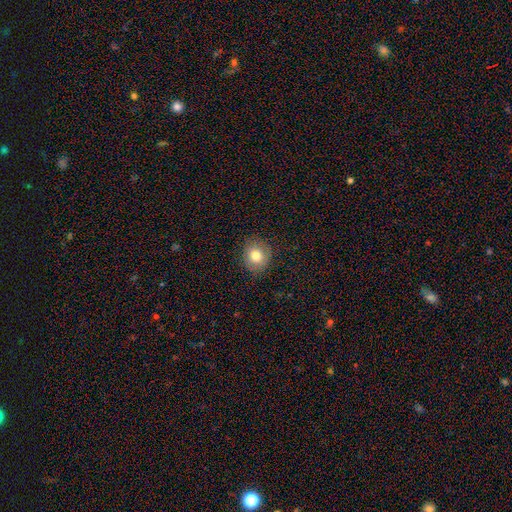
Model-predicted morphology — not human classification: A smooth galaxy with no disk features (78%) that is round (77%).

Vote fractions:
- Smooth or featured? smooth: 78% / featured or disk: 12% / star or artifact: 10%
- How rounded? round: 77% / in between: 22% / cigar-shaped: 1%
- Merging? none: 84% / minor disturbance: 12% / major disturbance: 3% / merger: 1%